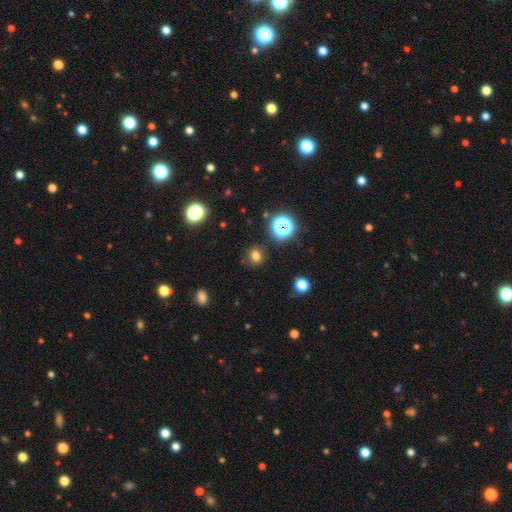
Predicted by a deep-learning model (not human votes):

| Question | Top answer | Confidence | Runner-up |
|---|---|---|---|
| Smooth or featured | smooth | 73% | star or artifact (21%) |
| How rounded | round | 71% | in between (28%) |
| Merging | none | 86% | minor disturbance (9%) |